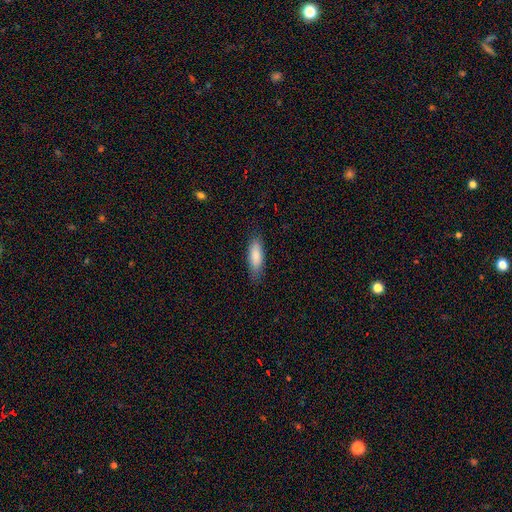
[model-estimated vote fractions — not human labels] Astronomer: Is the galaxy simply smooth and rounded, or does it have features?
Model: smooth — 85%.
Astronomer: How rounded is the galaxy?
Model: in between — 57% (runner-up: cigar-shaped, 42%).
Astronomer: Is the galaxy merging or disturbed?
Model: none — 82%.